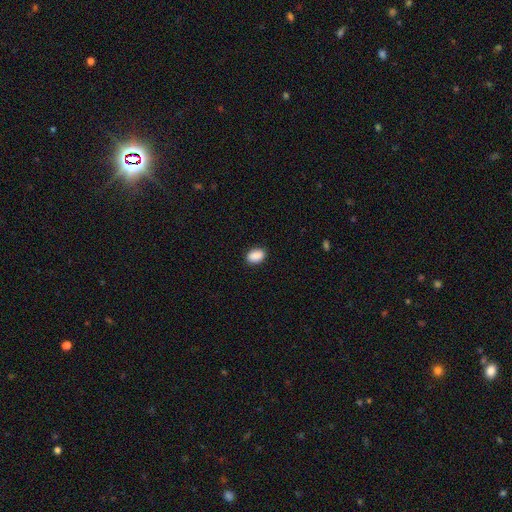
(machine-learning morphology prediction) Smooth or featured? smooth (90%)
How rounded? in between (84%)
Merging? none (88%)